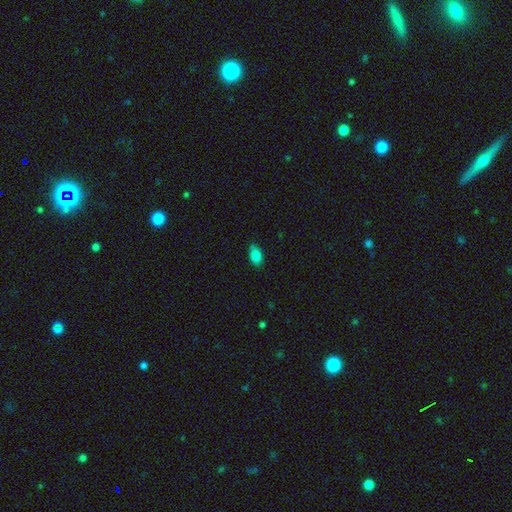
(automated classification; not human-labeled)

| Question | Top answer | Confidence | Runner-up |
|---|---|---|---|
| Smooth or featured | smooth | 85% | star or artifact (9%) |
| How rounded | in between | 90% | round (8%) |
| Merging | none | 73% | minor disturbance (23%) |